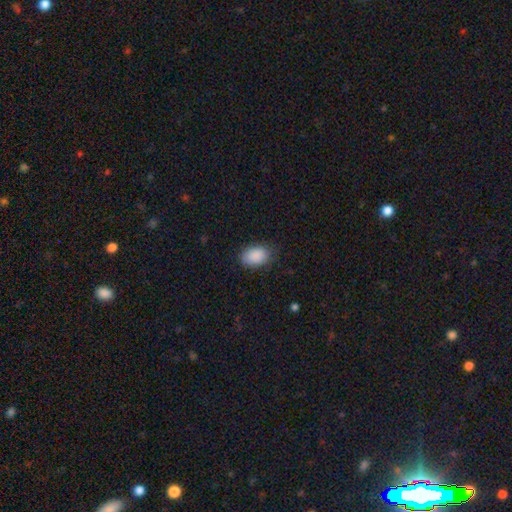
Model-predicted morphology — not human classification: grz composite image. It shows a smooth galaxy with no disk features (90%) that is in between round and cigar-shaped (86%). Merging: none (80%).